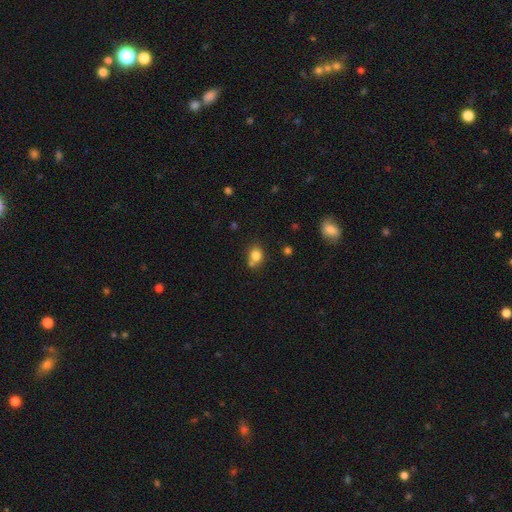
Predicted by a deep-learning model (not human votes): Smooth or featured?
  - smooth: 80% *
  - star or artifact: 12%
  - featured or disk: 8%
How rounded?
  - round: 66% *
  - in between: 33%
  - cigar-shaped: 1%
Merging?
  - none: 54% *
  - merger: 26%
  - minor disturbance: 15%
  - major disturbance: 5%